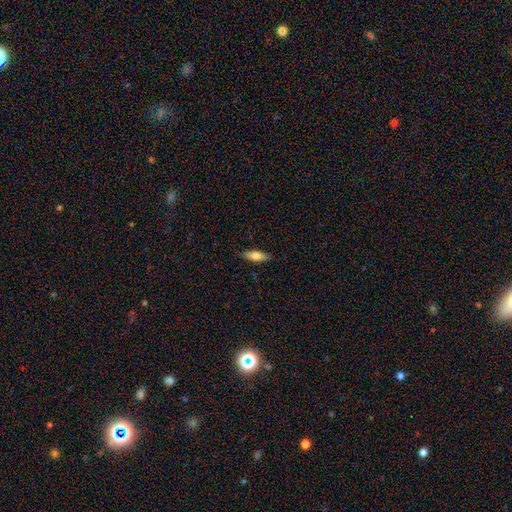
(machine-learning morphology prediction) A smooth galaxy with no disk features (73%) that is in between round and cigar-shaped (56%). Merging: none (87%).